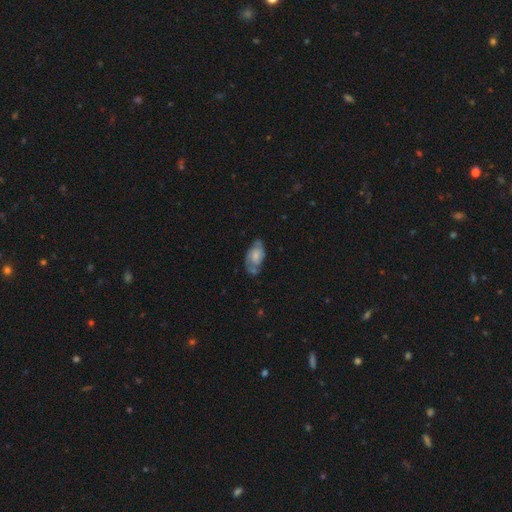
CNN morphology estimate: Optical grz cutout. It shows a featured or disk galaxy (54%) with no bar (70%), spiral arms (77%) and a small central bulge (40%). Merging: none (49%).